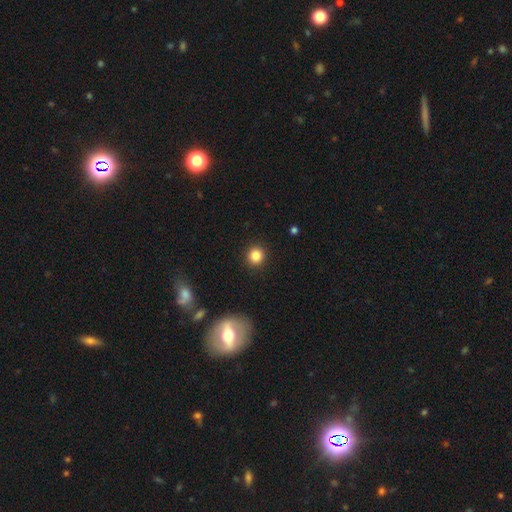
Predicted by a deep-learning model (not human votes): A smooth galaxy with no disk features (84%) that is round (91%). Merging: none (91%).